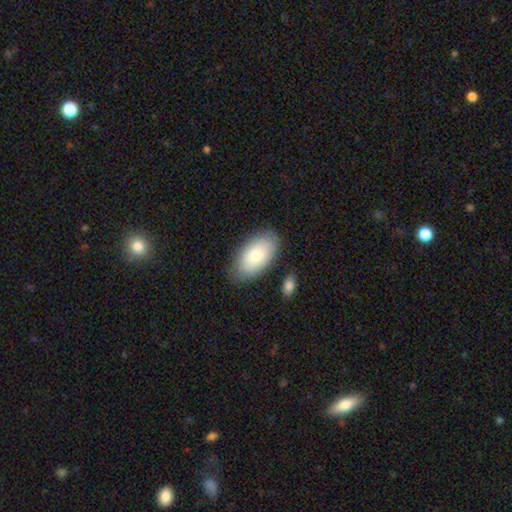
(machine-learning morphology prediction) The model was most divided on "smooth or featured": smooth: 80%, featured or disk: 14%, star or artifact: 6%. More confident: how rounded — in between (95%); merging — none (81%).